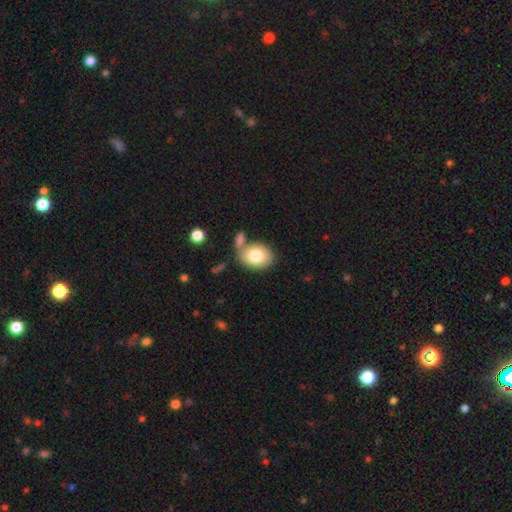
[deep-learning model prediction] This appears to be a smooth galaxy with no disk features (79%) that is in between round and cigar-shaped (65%). Merging: none (62%).